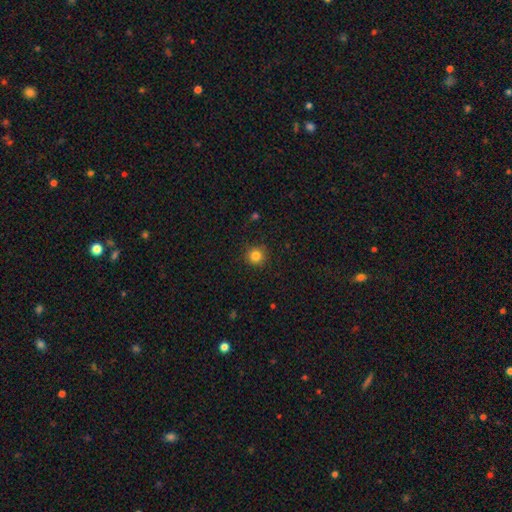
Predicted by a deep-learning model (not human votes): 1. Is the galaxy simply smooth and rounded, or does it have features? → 83% smooth, 12% star or artifact, 5% featured or disk.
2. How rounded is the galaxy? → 94% round, 5% in between, 1% cigar-shaped.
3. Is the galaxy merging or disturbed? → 88% none, 8% minor disturbance, 2% major disturbance, 1% merger.